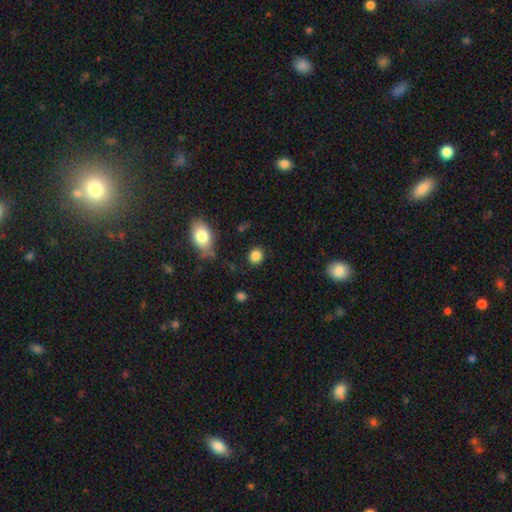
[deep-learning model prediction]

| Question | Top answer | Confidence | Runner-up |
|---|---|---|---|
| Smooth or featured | smooth | 85% | star or artifact (10%) |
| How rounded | round | 81% | in between (18%) |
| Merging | none | 87% | minor disturbance (8%) |